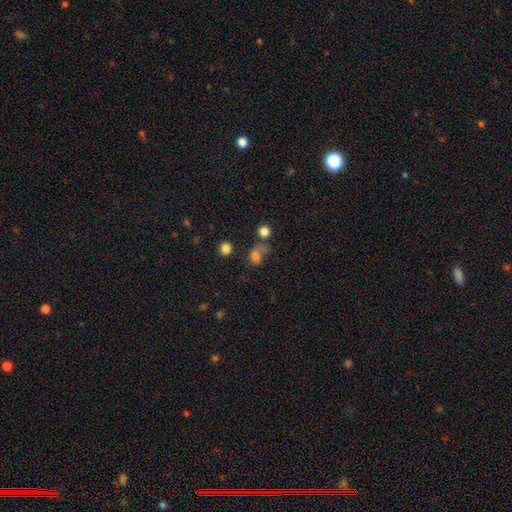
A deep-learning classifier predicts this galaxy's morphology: A smooth galaxy with no disk features (72%) that is round (60%). Merging: none (39%).